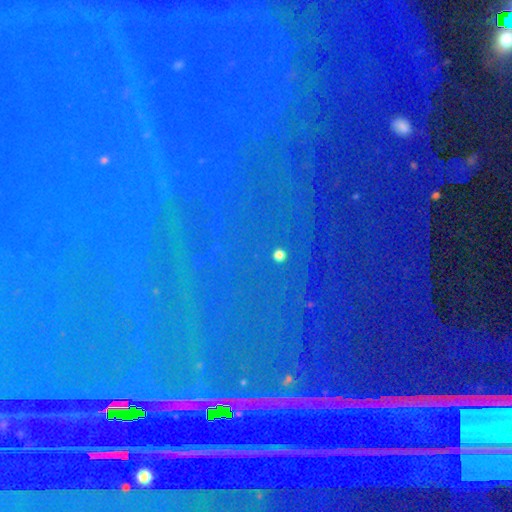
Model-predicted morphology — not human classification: smooth-or-featured: star or artifact: 85% | featured or disk: 8% | smooth: 7%